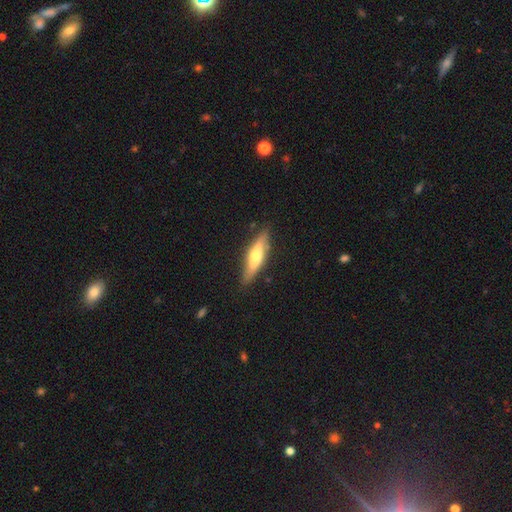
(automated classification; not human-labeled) A smooth galaxy with no disk features (49%). Merging: none (82%).